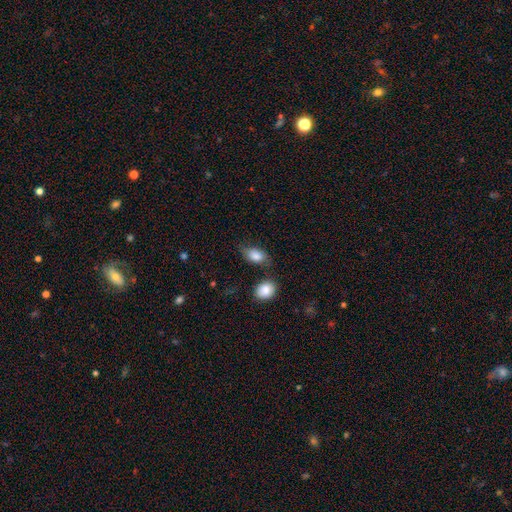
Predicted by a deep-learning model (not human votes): Smooth or featured: smooth — 83% (featured or disk — 10%)
How rounded: in between — 88% (round — 10%)
Merging: none — 60% (minor disturbance — 23%)